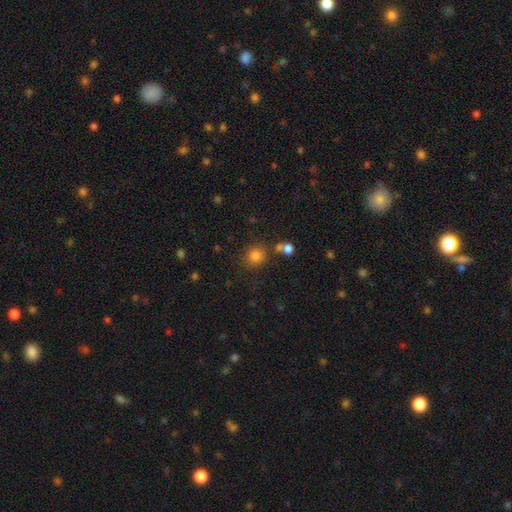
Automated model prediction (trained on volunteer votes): Smooth or featured?
  - smooth: 80% *
  - star or artifact: 15%
  - featured or disk: 5%
How rounded?
  - round: 87% *
  - in between: 12%
  - cigar-shaped: 1%
Merging?
  - none: 79% *
  - minor disturbance: 9%
  - merger: 8%
  - major disturbance: 4%